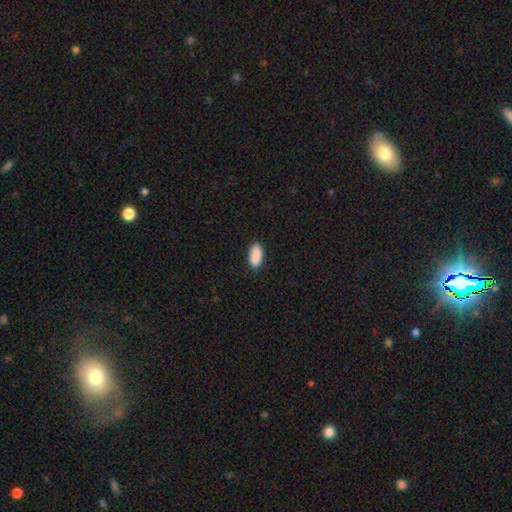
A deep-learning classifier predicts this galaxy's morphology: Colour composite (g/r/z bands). It shows a smooth galaxy with no disk features (90%) that is in between round and cigar-shaped (88%). Merging: none (88%).